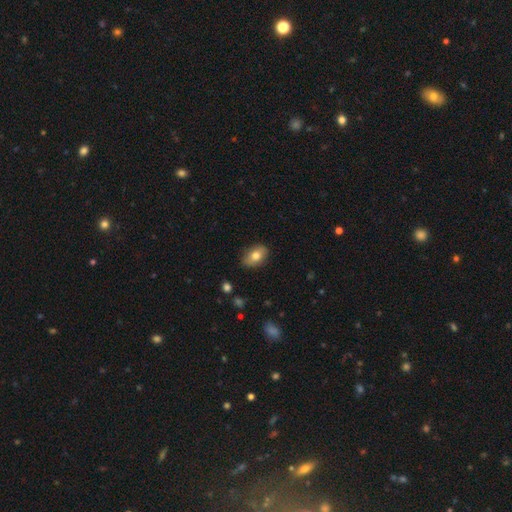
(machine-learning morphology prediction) Smooth or featured: smooth — 76% (featured or disk — 16%)
How rounded: in between — 87% (round — 11%)
Merging: none — 85% (minor disturbance — 12%)